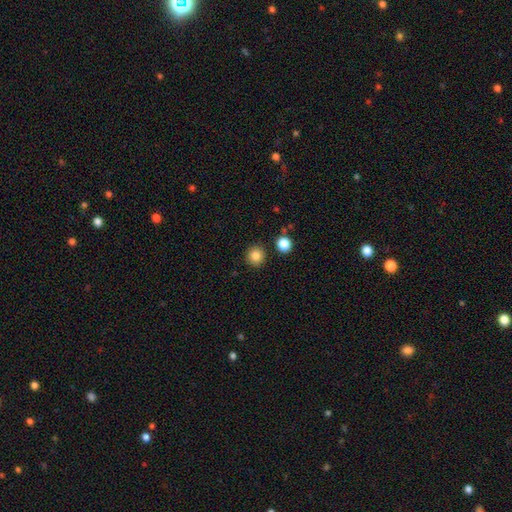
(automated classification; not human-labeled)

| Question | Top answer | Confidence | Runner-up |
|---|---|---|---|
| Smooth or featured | smooth | 85% | star or artifact (11%) |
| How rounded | round | 92% | in between (7%) |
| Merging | none | 90% | minor disturbance (6%) |